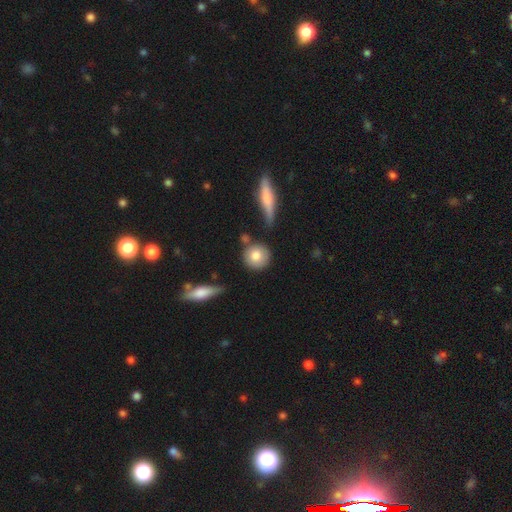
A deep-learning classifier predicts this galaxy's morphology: smooth-or-featured: smooth: 80% | featured or disk: 13% | star or artifact: 7%
  how-rounded: round: 87% | in between: 11% | cigar-shaped: 3%
  merging: none: 76% | minor disturbance: 12% | merger: 8% | major disturbance: 3%